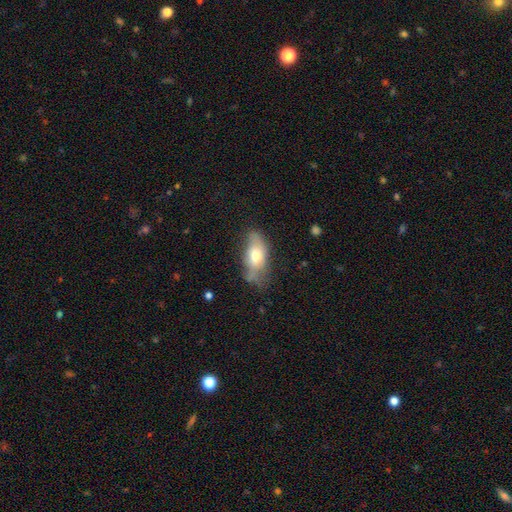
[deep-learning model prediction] The model was most divided on "merging": none: 52%, minor disturbance: 32%, major disturbance: 12%, merger: 4%. More confident: how rounded — in between (82%); smooth or featured — smooth (63%).